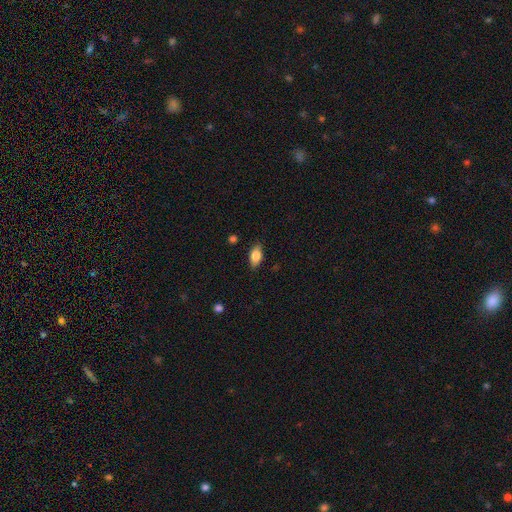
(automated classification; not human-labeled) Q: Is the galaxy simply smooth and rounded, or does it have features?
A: smooth — 83%.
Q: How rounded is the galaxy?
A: in between — 89%.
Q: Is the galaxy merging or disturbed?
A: none — 82%.